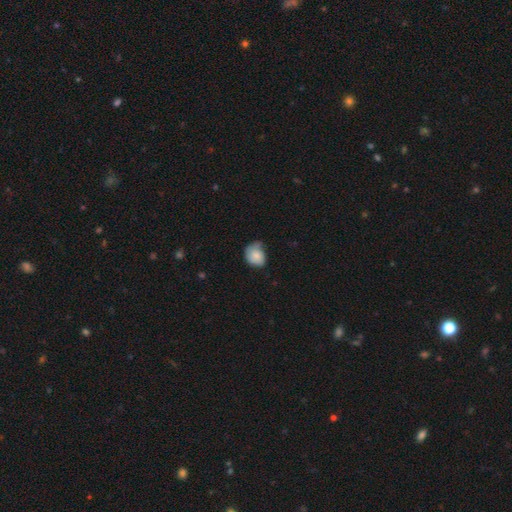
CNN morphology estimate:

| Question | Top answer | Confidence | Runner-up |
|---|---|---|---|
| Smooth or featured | smooth | 81% | featured or disk (12%) |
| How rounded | round | 50% | in between (49%) |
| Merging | minor disturbance | 44% | none (39%) |